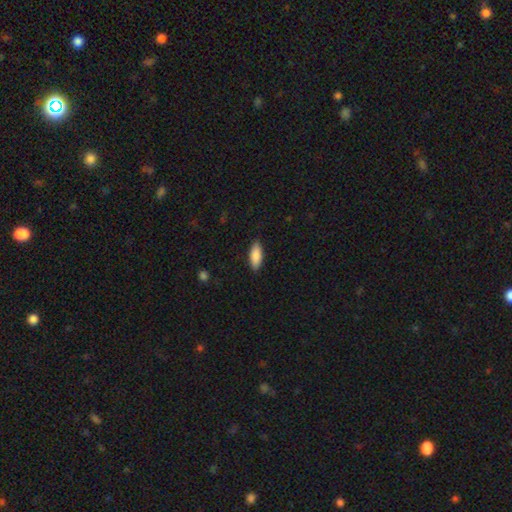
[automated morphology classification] Smooth or featured? Predicted: smooth (p=0.87). How rounded? Predicted: in between (p=0.75). Merging? Predicted: none (p=0.87).